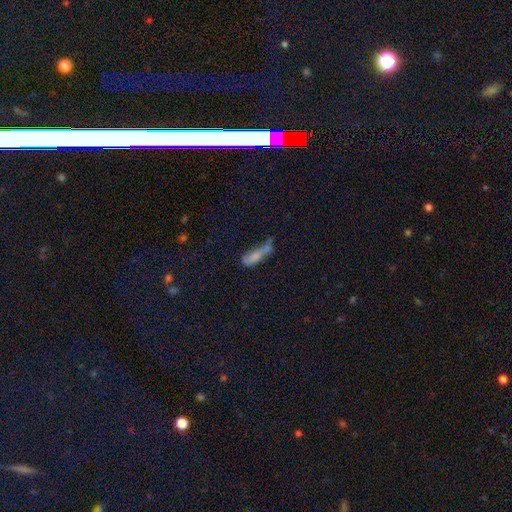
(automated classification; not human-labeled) Smooth or featured: smooth — 66% (featured or disk — 22%)
How rounded: cigar-shaped — 54% (in between — 43%)
Merging: merger — 30% (none — 26%)